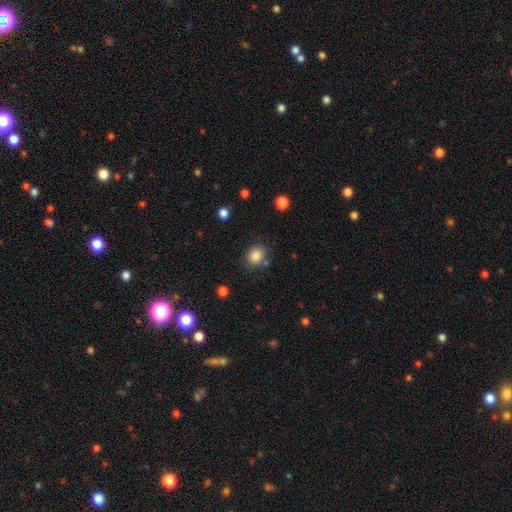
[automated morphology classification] Smooth or featured?
  - smooth: 86% *
  - star or artifact: 10%
  - featured or disk: 5%
How rounded?
  - round: 62% *
  - in between: 37%
  - cigar-shaped: 1%
Merging?
  - none: 77% *
  - minor disturbance: 12%
  - merger: 6%
  - major disturbance: 4%